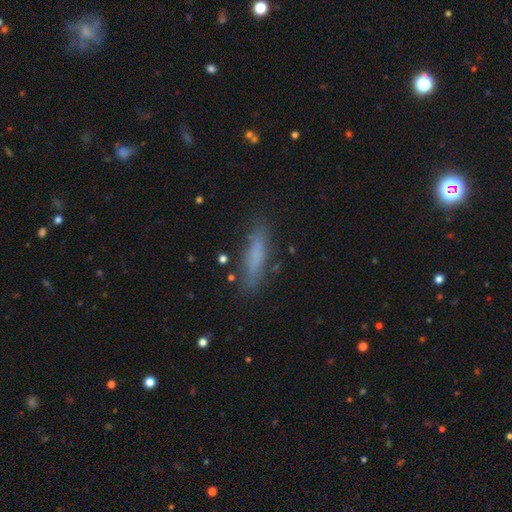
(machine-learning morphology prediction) This is likely a smooth galaxy (70%). How rounded: likely cigar-shaped (80%). Merging: likely none (79%).